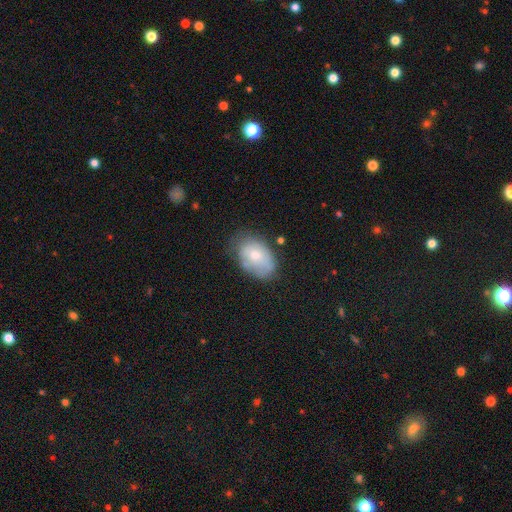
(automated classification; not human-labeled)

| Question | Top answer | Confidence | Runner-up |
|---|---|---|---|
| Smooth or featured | smooth | 65% | featured or disk (27%) |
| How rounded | in between | 85% | round (14%) |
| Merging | none | 56% | minor disturbance (31%) |